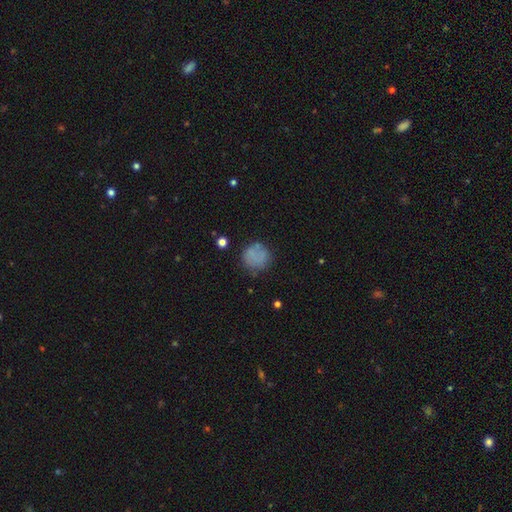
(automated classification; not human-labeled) smooth_or_featured: smooth (p=0.73) [alt: featured or disk p=0.16]
how_rounded: round (p=0.88) [alt: in between p=0.11]
merging: none (p=0.66) [alt: minor disturbance p=0.20]